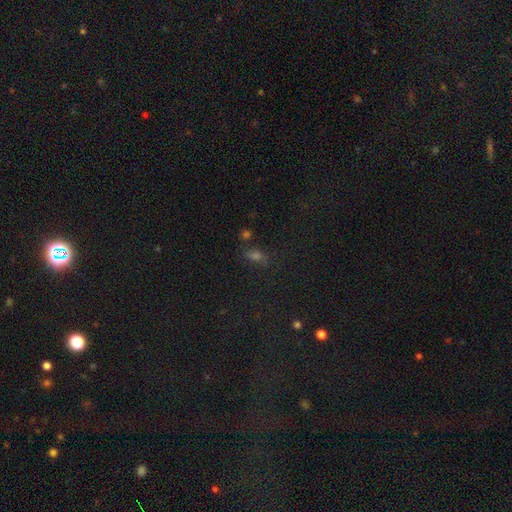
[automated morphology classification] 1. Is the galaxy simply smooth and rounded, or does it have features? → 45% smooth, 40% star or artifact, 15% featured or disk.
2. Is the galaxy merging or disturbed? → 64% none, 17% minor disturbance, 10% major disturbance, 9% merger.